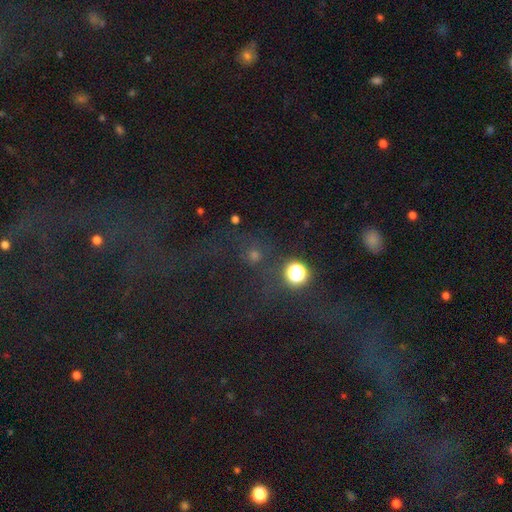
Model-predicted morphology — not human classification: Smooth or featured? Predicted: star or artifact (p=0.52).